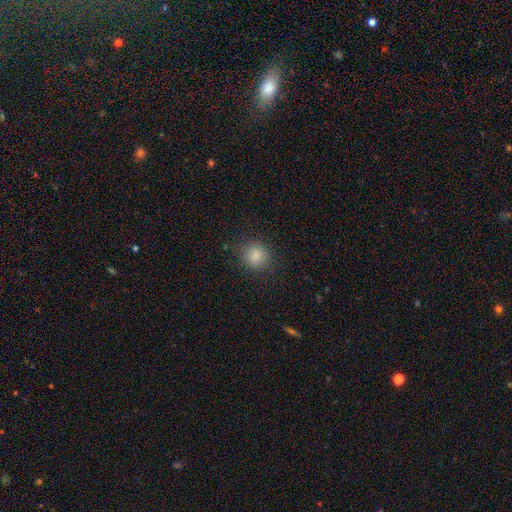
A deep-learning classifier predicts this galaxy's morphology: This is clearly a smooth galaxy (86%). How rounded: clearly round (85%). Merging: clearly none (86%).